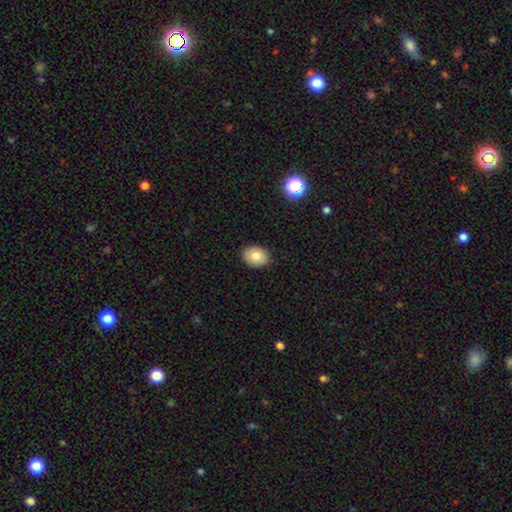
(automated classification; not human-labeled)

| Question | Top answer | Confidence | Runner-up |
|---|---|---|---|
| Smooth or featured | smooth | 77% | featured or disk (14%) |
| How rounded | in between | 63% | round (36%) |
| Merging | none | 87% | minor disturbance (10%) |